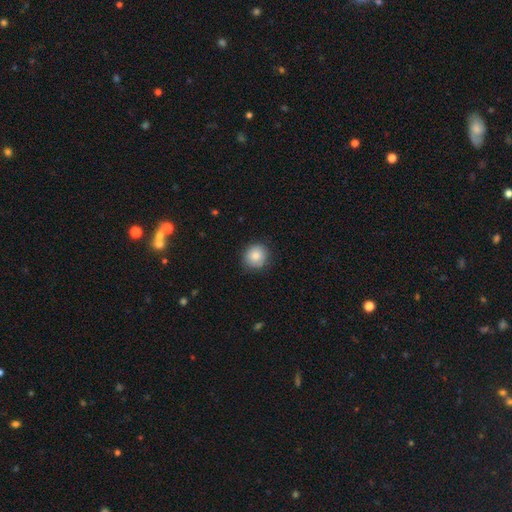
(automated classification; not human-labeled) smooth-or-featured: smooth: 84% | star or artifact: 8% | featured or disk: 8%
  how-rounded: round: 90% | in between: 9% | cigar-shaped: 1%
  merging: none: 84% | minor disturbance: 12% | major disturbance: 3% | merger: 1%